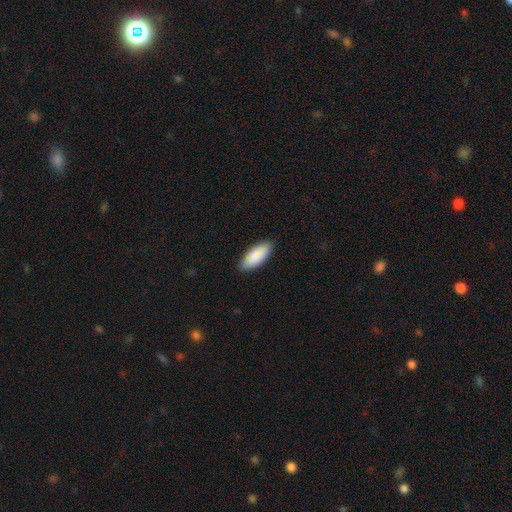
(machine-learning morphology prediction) Q: Smooth or featured?
A: smooth (89%); runner-up: featured or disk (6%)
Q: How rounded?
A: in between (86%); runner-up: cigar-shaped (13%)
Q: Merging?
A: none (87%); runner-up: minor disturbance (10%)